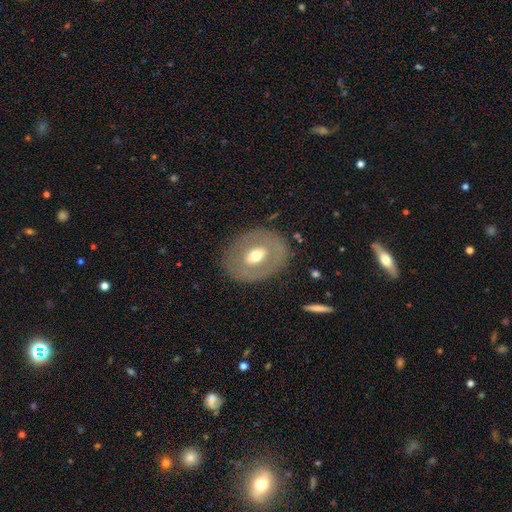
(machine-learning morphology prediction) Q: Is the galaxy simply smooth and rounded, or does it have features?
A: featured or disk — 50%.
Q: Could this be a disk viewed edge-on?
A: no — 90%.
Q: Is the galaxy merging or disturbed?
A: none — 81%.